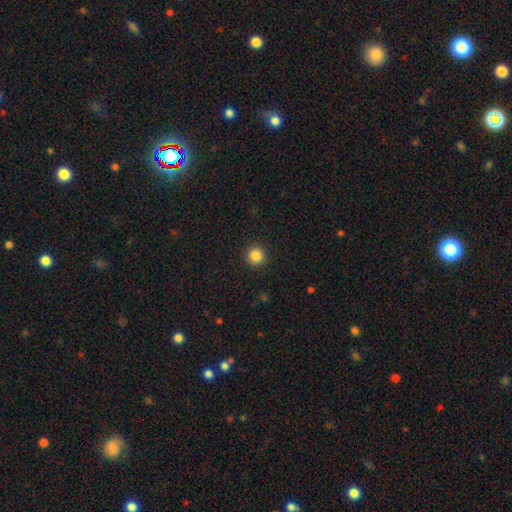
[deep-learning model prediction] This is clearly a smooth galaxy (85%). How rounded: clearly round (95%). Merging: clearly none (92%).